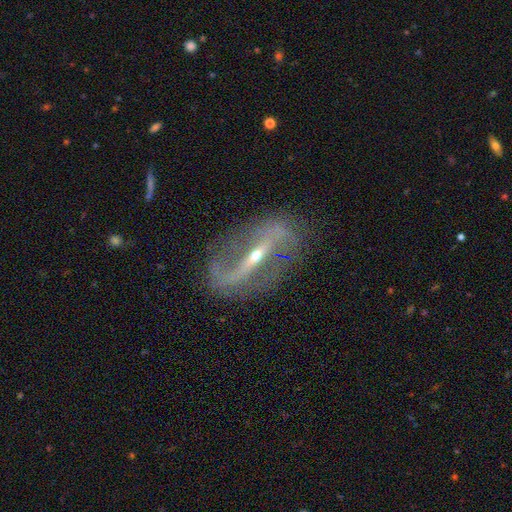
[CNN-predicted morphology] This is clearly a featured or disk galaxy (87%). It is likely not viewed edge-on (77%). Bar: likely strong (72%). Spiral arm pattern: clearly yes (85%). Spiral arm count: clearly 2 (87%). Spiral winding: likely loose (61%). Central bulge: likely small (63%). Merging: likely none (72%).